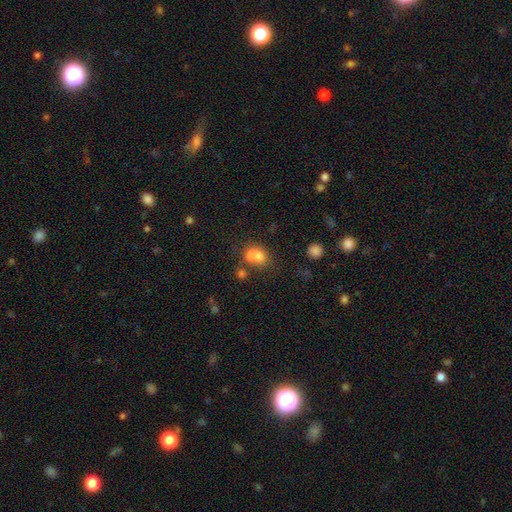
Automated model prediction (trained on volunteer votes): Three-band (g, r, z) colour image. It shows a smooth galaxy with no disk features (70%) that is round (64%). Merging: merger (54%).